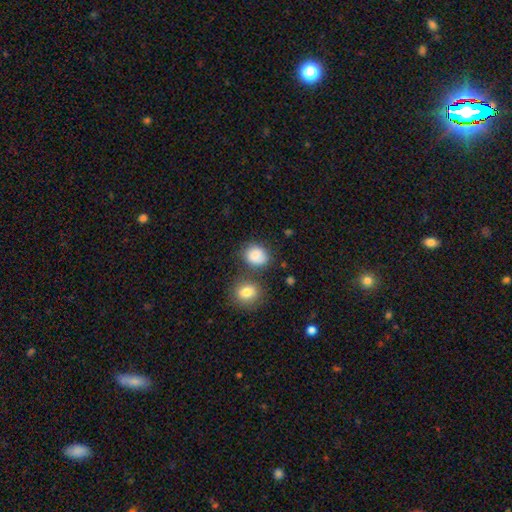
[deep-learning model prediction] smooth-or-featured: smooth: 86% | star or artifact: 8% | featured or disk: 6%
  how-rounded: round: 54% | in between: 45% | cigar-shaped: 1%
  merging: none: 61% | minor disturbance: 21% | merger: 11% | major disturbance: 7%